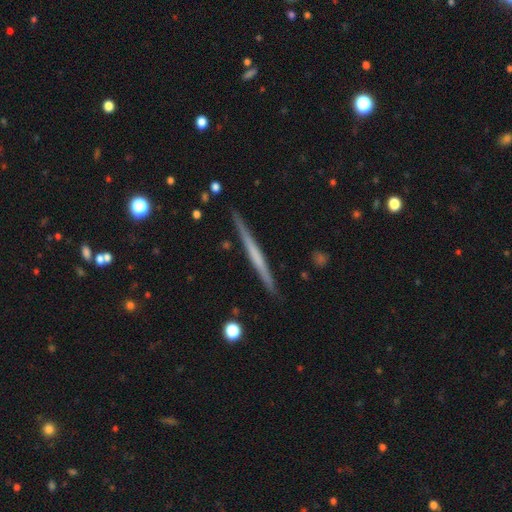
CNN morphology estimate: This appears to be a featured or disk galaxy (57%) viewed edge-on (98%) with no central bulge (84%). Merging: none (90%).